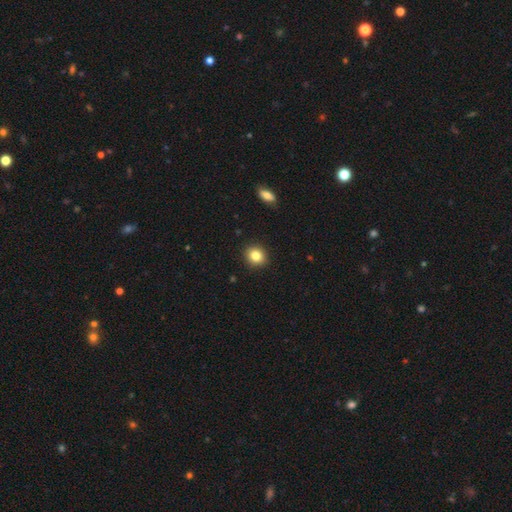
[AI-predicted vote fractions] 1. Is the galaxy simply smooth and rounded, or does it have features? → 83% smooth, 10% star or artifact, 7% featured or disk.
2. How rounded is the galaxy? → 74% round, 25% in between, 1% cigar-shaped.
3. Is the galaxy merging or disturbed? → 91% none, 6% minor disturbance, 2% major disturbance, 1% merger.